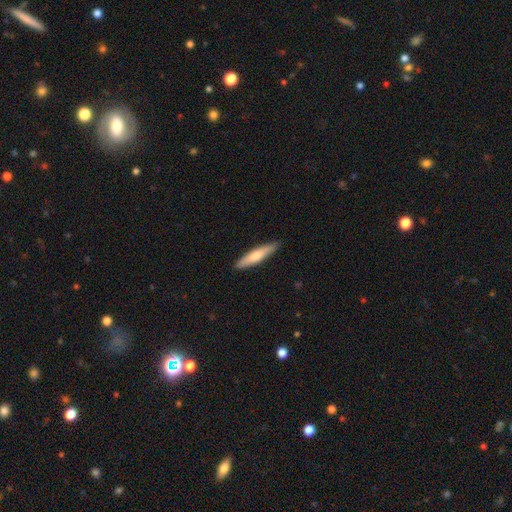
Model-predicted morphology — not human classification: smooth-or-featured: smooth: 65% | featured or disk: 30% | star or artifact: 5%
  how-rounded: cigar-shaped: 86% | in between: 13% | round: 1%
  merging: none: 90% | minor disturbance: 8% | major disturbance: 1% | merger: 1%